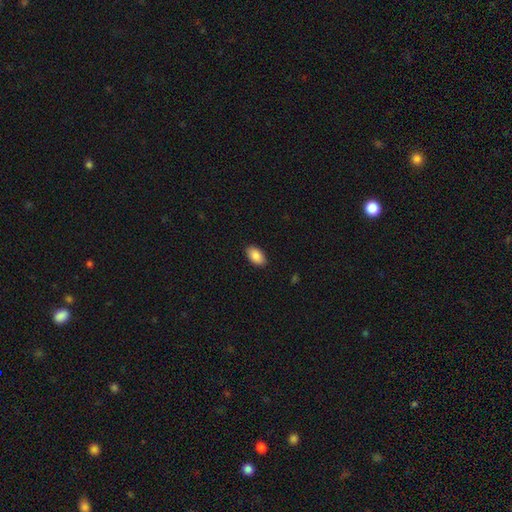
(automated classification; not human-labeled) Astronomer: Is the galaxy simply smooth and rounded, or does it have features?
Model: smooth — 89%.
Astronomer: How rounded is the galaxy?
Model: in between — 94%.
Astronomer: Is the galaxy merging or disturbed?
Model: none — 89%.